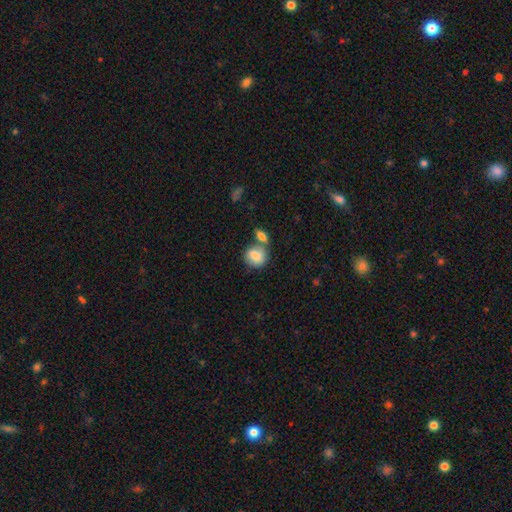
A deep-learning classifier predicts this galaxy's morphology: The model was most divided on "merging": none: 44%, merger: 38%, minor disturbance: 13%, major disturbance: 5%. More confident: smooth or featured — smooth (81%); how rounded — round (66%).